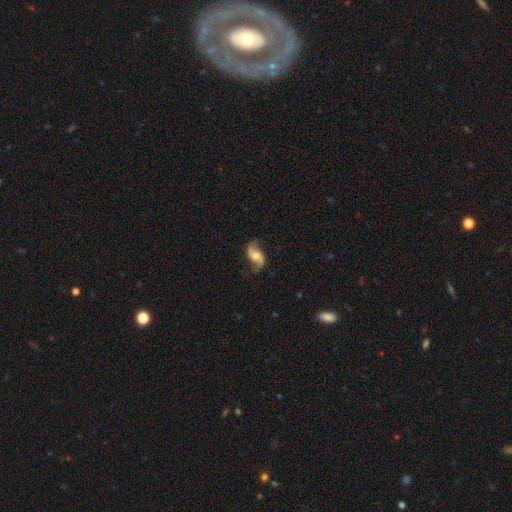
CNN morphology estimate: featured or disk 79%, smooth 14%, star or artifact 6%. Down the decision tree: edge-on disk — no (96%); bar — no (49%); spiral arms — yes (95%); spiral arm count — 2 (93%); spiral winding — loose (76%); bulge size — moderate (53%); merging — none (76%).